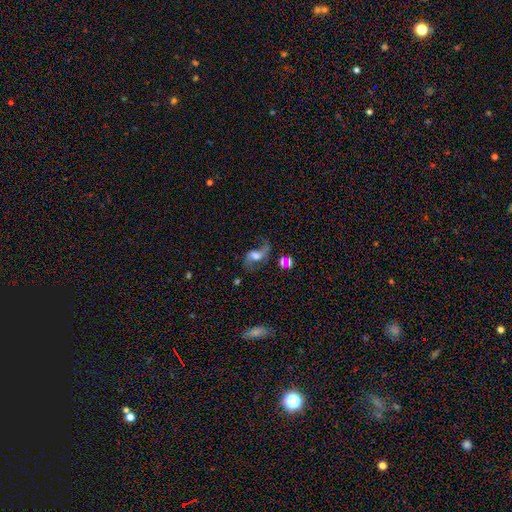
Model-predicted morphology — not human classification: A featured or disk galaxy (75%) with a weak bar (45%), 2 (89%) loose (80%) spiral arms (92%) and a moderate central bulge (49%).

Vote fractions:
- Smooth or featured? featured or disk: 75% / smooth: 15% / star or artifact: 10%
- Edge-on disk? no: 96% / yes: 4%
- Bar? weak: 45% / no: 37% / strong: 18%
- Spiral arms? yes: 92% / no: 8%
- Spiral winding? loose: 80% / medium: 16% / tight: 3%
- Spiral arm count? 2: 89% / 1: 5% / can't tell: 3% / 3: 1% / 4: 1% / more than 4: 1%
- Bulge size? moderate: 49% / large: 20% / small: 20% / none: 8% / dominant: 3%
- Merging? none: 59% / major disturbance: 18% / minor disturbance: 18% / merger: 6%